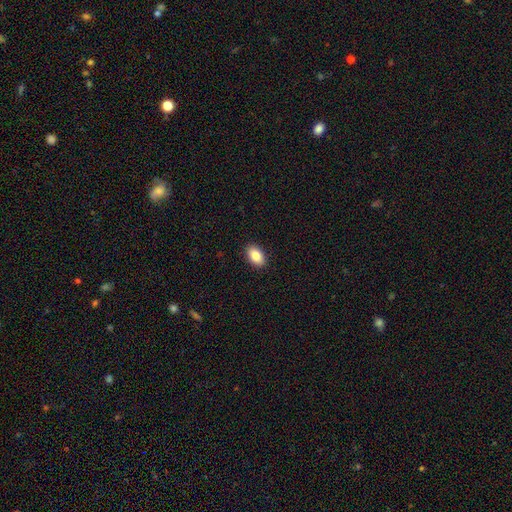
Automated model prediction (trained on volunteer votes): Morphology: type=smooth (87%); roundness=in between (91%); merging=none (91%).